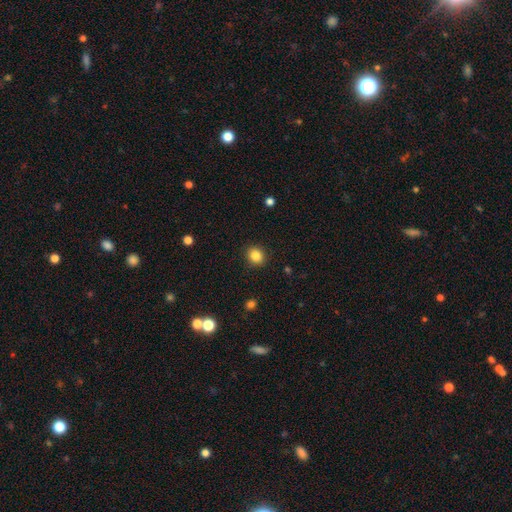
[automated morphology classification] This appears to be a smooth galaxy with no disk features (85%) that is round (76%). Merging: none (90%).